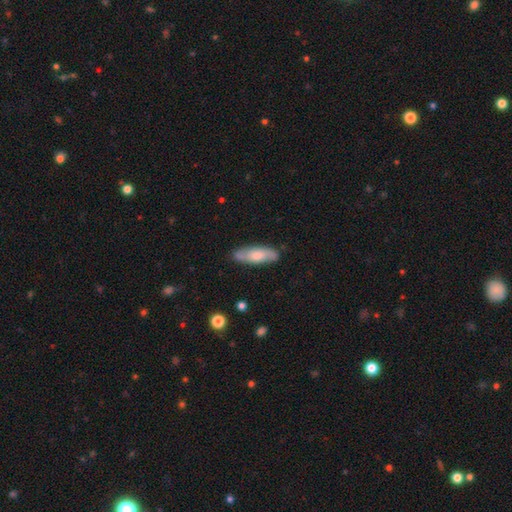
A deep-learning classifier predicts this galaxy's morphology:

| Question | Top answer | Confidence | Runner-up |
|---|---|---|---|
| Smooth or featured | smooth | 57% | featured or disk (37%) |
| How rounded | in between | 51% | cigar-shaped (47%) |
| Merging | none | 84% | minor disturbance (12%) |